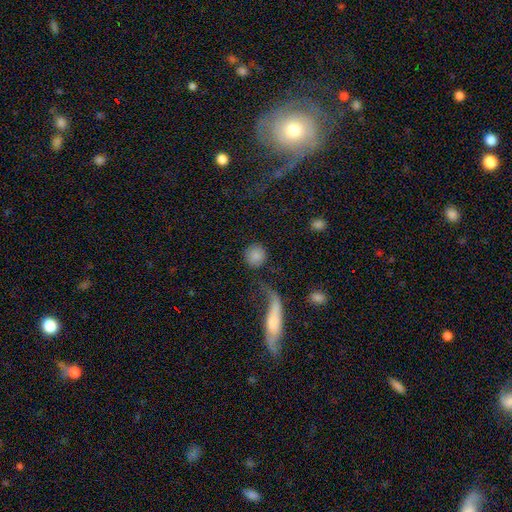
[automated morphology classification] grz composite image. It shows a smooth galaxy with no disk features (82%) that is round (92%). Merging: none (75%).